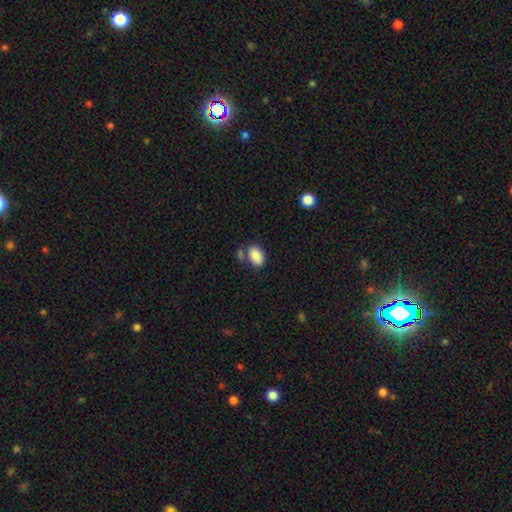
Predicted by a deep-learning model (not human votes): Smooth or featured? Predicted: smooth (p=0.88). How rounded? Predicted: in between (p=0.90). Merging? Predicted: none (p=0.62).